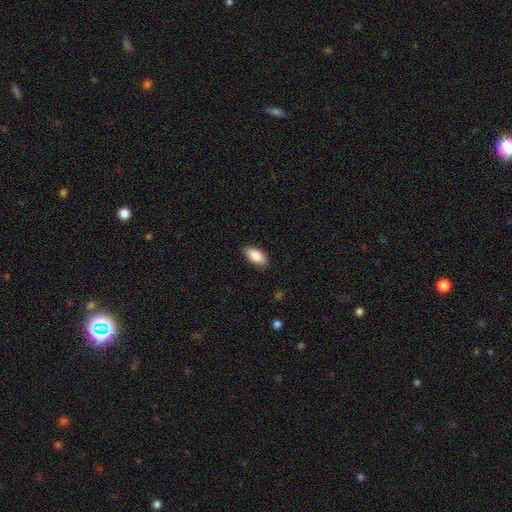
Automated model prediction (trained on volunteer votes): smooth_or_featured: smooth (p=0.85) [alt: featured or disk p=0.08]
how_rounded: in between (p=0.91) [alt: cigar-shaped p=0.07]
merging: none (p=0.87) [alt: minor disturbance p=0.10]